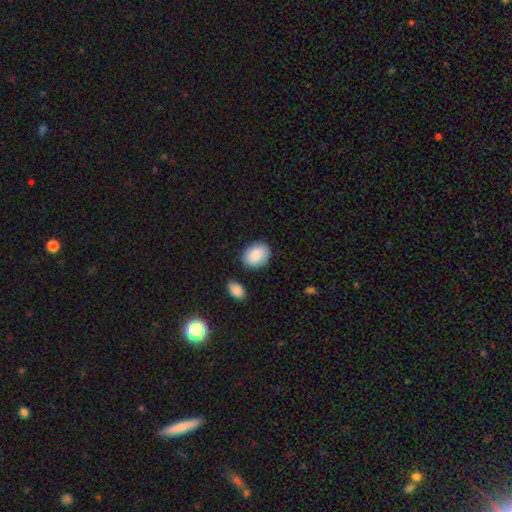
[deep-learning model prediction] smooth 87%, star or artifact 7%, featured or disk 6%. Down the decision tree: how rounded — in between (59%); merging — none (79%).